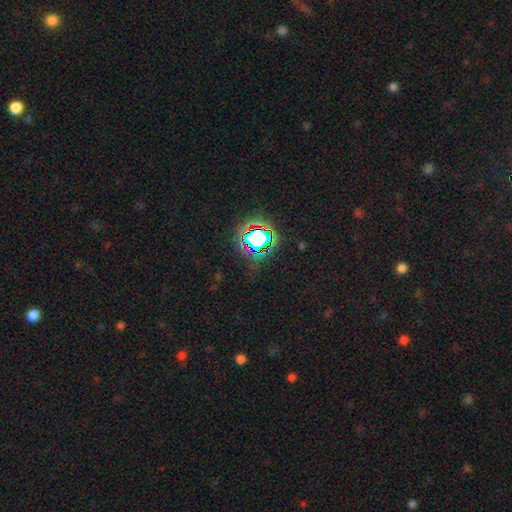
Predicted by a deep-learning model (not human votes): Morphology: type=star or artifact (79%).